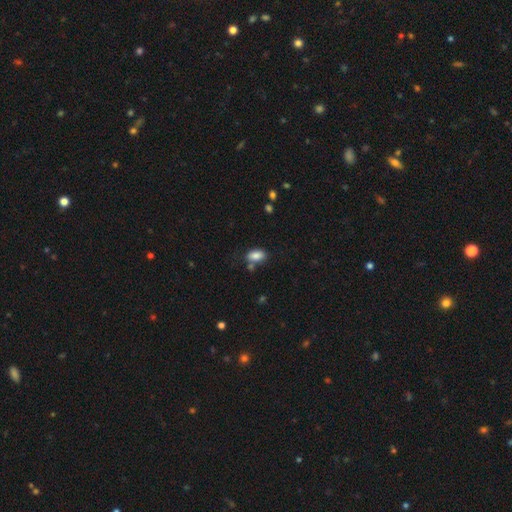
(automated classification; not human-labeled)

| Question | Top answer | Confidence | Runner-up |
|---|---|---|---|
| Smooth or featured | smooth | 84% | star or artifact (8%) |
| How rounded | in between | 90% | round (6%) |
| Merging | none | 68% | minor disturbance (16%) |